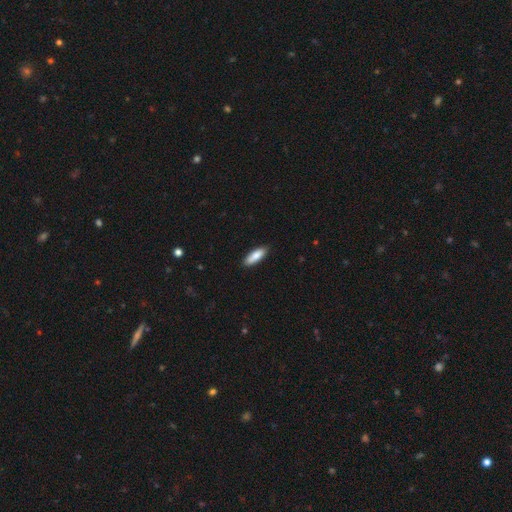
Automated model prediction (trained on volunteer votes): Smooth or featured: smooth — 83% (featured or disk — 11%)
How rounded: in between — 58% (cigar-shaped — 40%)
Merging: none — 85% (minor disturbance — 12%)